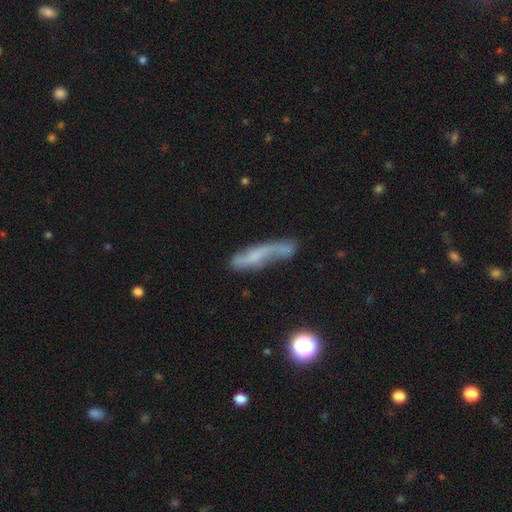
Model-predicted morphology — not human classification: Smooth or featured?
  - featured or disk: 54% *
  - smooth: 37%
  - star or artifact: 9%
Edge-on disk?
  - no: 74% *
  - yes: 26%
Merging?
  - none: 48% *
  - minor disturbance: 27%
  - major disturbance: 16%
  - merger: 9%